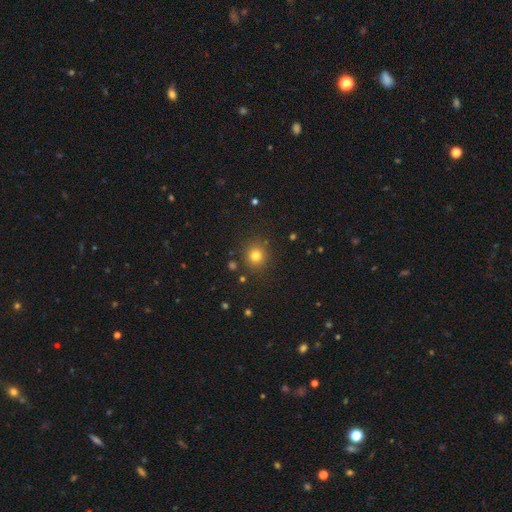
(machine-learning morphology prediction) Smooth or featured? smooth (78%)
How rounded? round (89%)
Merging? none (88%)